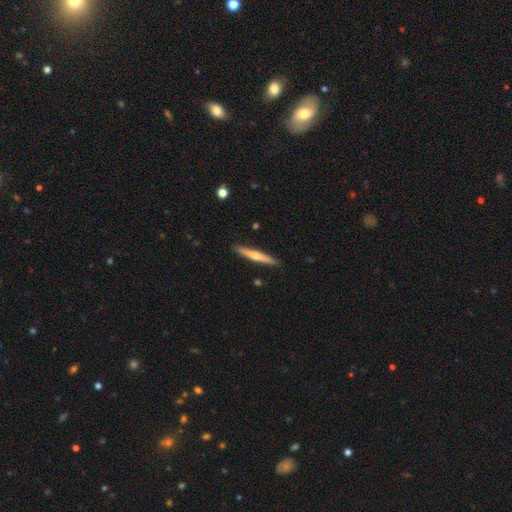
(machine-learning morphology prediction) Smooth or featured? featured or disk (49%)
Merging? none (90%)